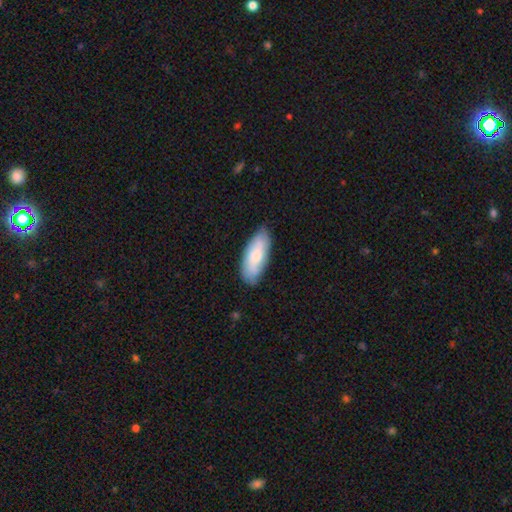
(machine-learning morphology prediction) smooth-or-featured: smooth: 65% | featured or disk: 29% | star or artifact: 6%
  how-rounded: in between: 80% | cigar-shaped: 18% | round: 2%
  merging: none: 80% | minor disturbance: 16% | major disturbance: 3% | merger: 1%